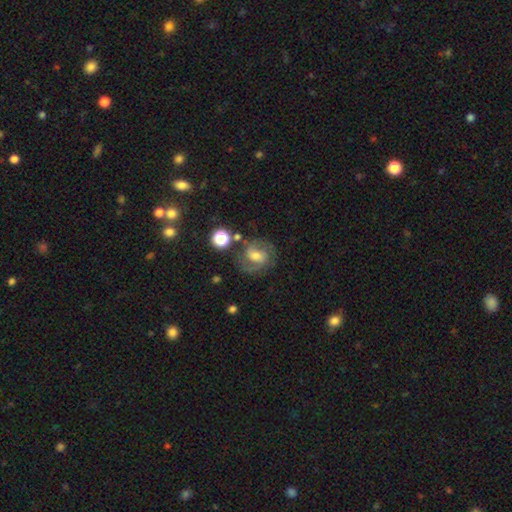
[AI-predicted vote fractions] A featured or disk galaxy (65%) with a weak bar (47%), 2 (75%) medium (51%) spiral arms (88%) and a moderate central bulge (59%). Merging: none (68%).